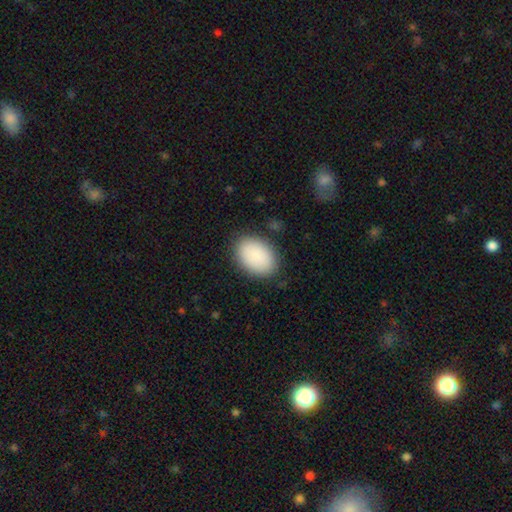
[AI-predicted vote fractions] Morphology: type=smooth (90%); roundness=in between (85%); merging=none (86%).